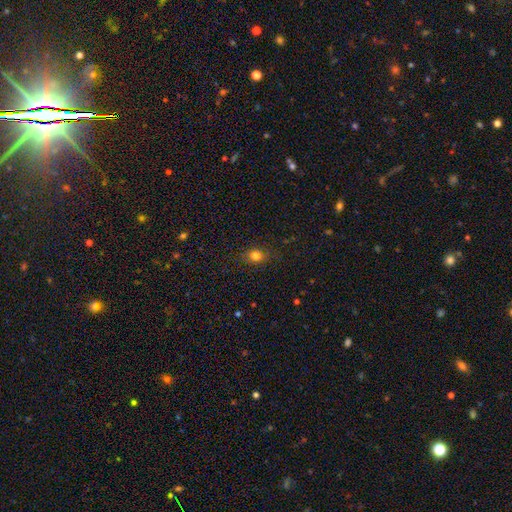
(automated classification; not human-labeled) A smooth galaxy with no disk features (78%) that is round (61%).

Vote fractions:
- Smooth or featured? smooth: 78% / star or artifact: 15% / featured or disk: 7%
- How rounded? round: 61% / in between: 37% / cigar-shaped: 2%
- Merging? none: 84% / minor disturbance: 11% / major disturbance: 3% / merger: 1%